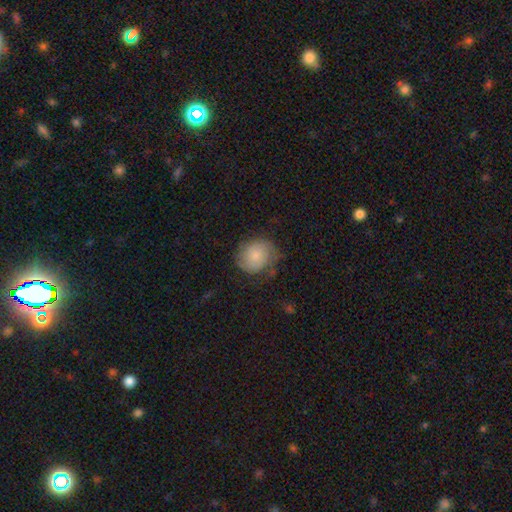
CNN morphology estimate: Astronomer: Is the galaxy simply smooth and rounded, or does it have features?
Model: smooth — 66%.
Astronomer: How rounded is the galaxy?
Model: round — 77%.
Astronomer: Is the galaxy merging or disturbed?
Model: none — 59%.